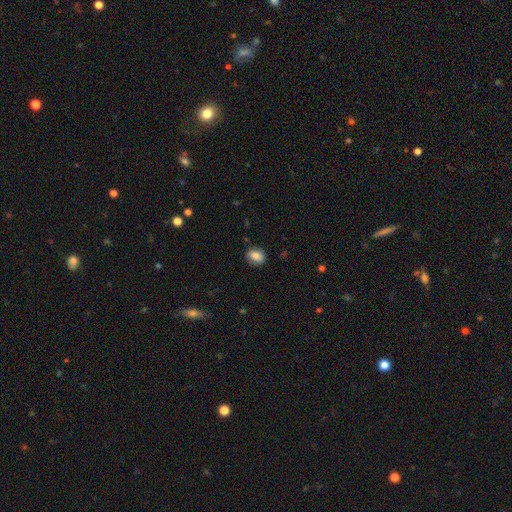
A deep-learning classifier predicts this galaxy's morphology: smooth 76%, featured or disk 16%, star or artifact 9%. Down the decision tree: how rounded — round (55%); merging — none (80%).